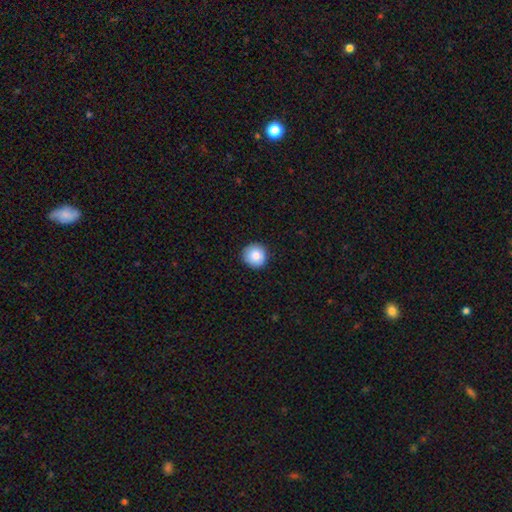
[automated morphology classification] The model was most divided on "smooth or featured": smooth: 85%, star or artifact: 8%, featured or disk: 7%. More confident: how rounded — round (93%); merging — none (89%).